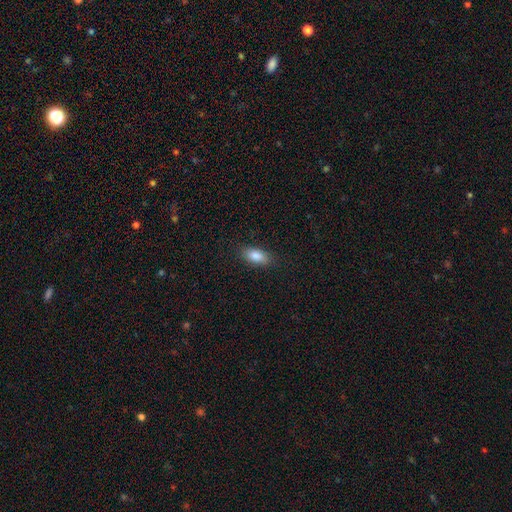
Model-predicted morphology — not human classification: Smooth or featured? Predicted: smooth (p=0.85). How rounded? Predicted: in between (p=0.86). Merging? Predicted: none (p=0.86).